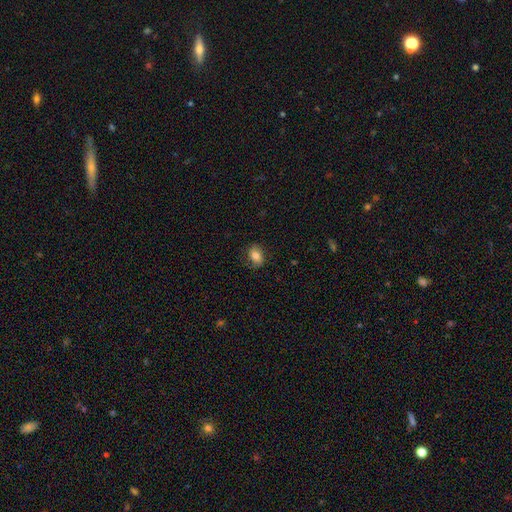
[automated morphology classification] type=smooth (76%); roundness=in between (72%); merging=none (78%).